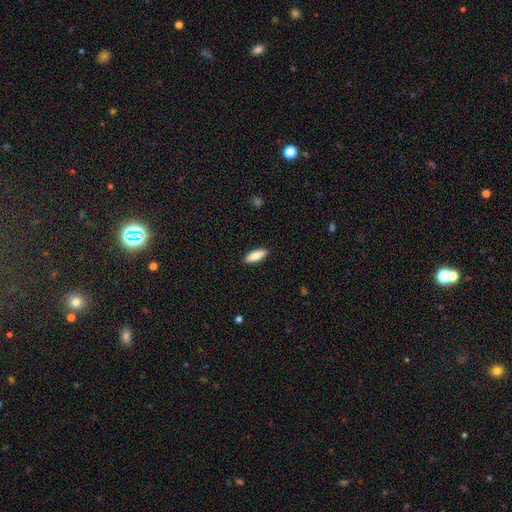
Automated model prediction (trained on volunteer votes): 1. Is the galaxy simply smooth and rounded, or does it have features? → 84% smooth, 10% featured or disk, 6% star or artifact.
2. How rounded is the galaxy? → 62% in between, 37% cigar-shaped, 2% round.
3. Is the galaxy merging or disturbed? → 90% none, 7% minor disturbance, 2% major disturbance, 1% merger.